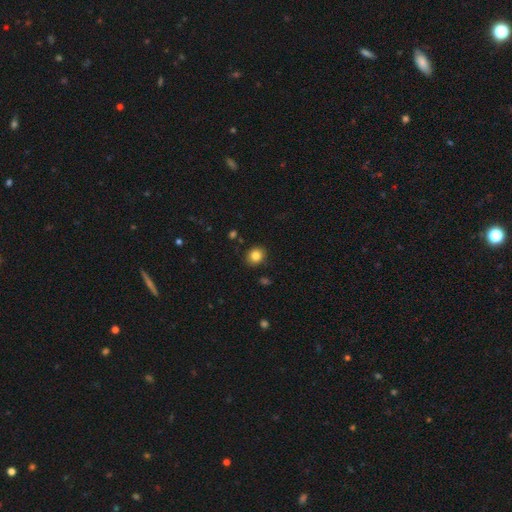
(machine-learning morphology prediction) smooth 84%, star or artifact 11%, featured or disk 6%. Down the decision tree: how rounded — round (81%); merging — none (89%).